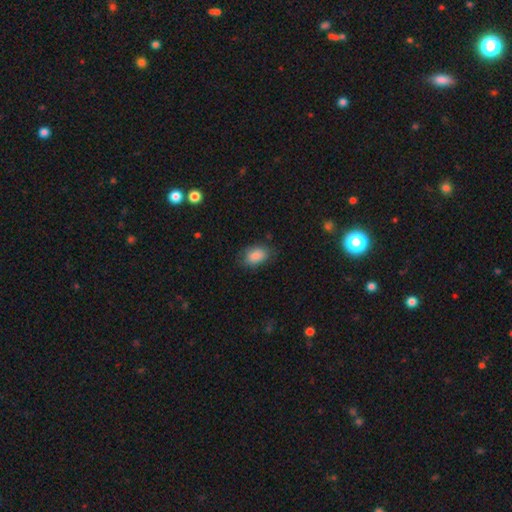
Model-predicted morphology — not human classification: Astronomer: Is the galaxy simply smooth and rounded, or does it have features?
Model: smooth — 86%.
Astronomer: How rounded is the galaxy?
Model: in between — 86%.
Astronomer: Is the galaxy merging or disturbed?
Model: none — 71%.